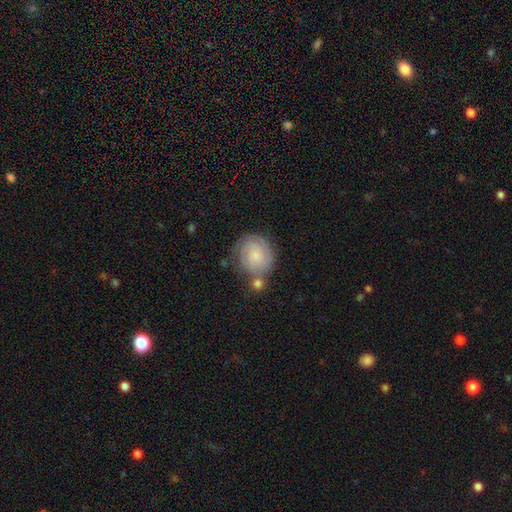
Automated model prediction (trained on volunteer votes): Overall: featured or disk (62%; smooth 31%). Edge-on disk: no (98%). Bar: no (67%; weak 28%). Spiral arms: yes (92%). Spiral arm count: 2 (36%; can't tell 33%). Spiral winding: tight (71%). Bulge size: small (59%; moderate 25%). Merging: none (61%).